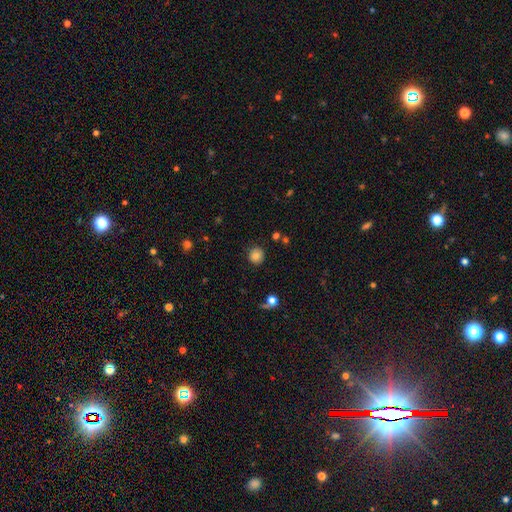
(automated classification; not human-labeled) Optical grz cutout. It shows a smooth galaxy with no disk features (80%) that is round (91%). Merging: none (86%).